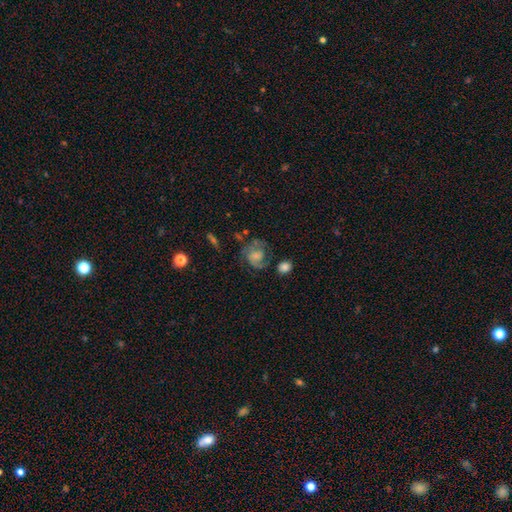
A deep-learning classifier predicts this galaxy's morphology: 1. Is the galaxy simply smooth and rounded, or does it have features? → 59% featured or disk, 31% smooth, 9% star or artifact.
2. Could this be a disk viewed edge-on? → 98% no, 2% yes.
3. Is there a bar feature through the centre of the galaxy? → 63% no, 31% weak, 6% strong.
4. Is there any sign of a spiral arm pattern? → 82% yes, 18% no.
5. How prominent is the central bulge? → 32% none, 26% small, 24% moderate, 15% large, 3% dominant.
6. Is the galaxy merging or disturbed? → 49% none, 24% major disturbance, 22% minor disturbance, 6% merger.